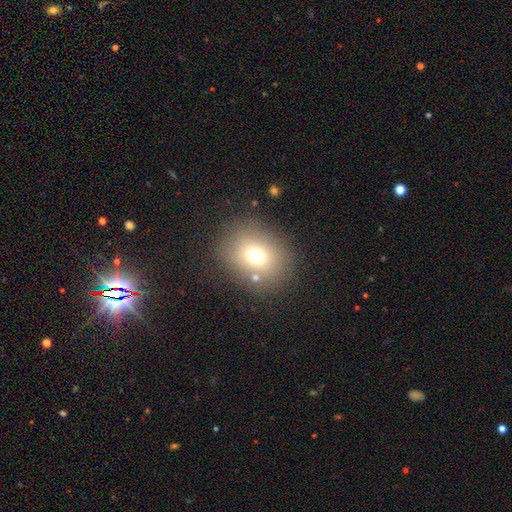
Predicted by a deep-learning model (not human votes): This is likely a smooth galaxy (69%). How rounded: likely round (63%). Merging: likely none (79%).